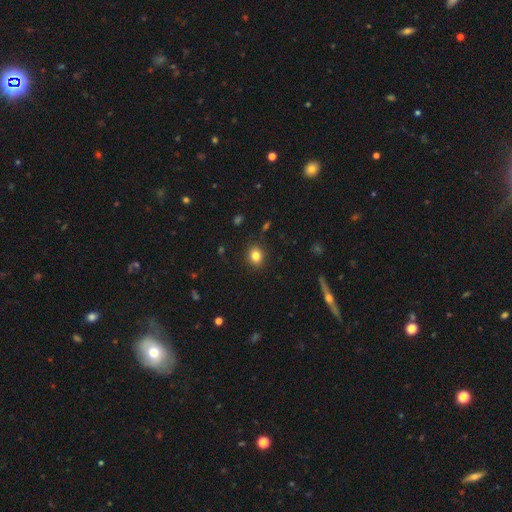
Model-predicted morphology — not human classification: Smooth or featured?
  - smooth: 82% *
  - star or artifact: 11%
  - featured or disk: 6%
How rounded?
  - round: 73% *
  - in between: 26%
  - cigar-shaped: 1%
Merging?
  - none: 90% *
  - minor disturbance: 7%
  - major disturbance: 2%
  - merger: 1%